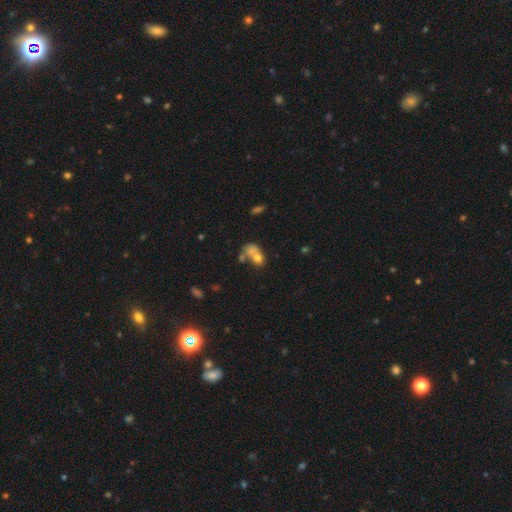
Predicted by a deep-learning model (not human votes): Smooth or featured? Predicted: smooth (p=0.63). How rounded? Predicted: in between (p=0.65). Merging? Predicted: merger (p=0.55).